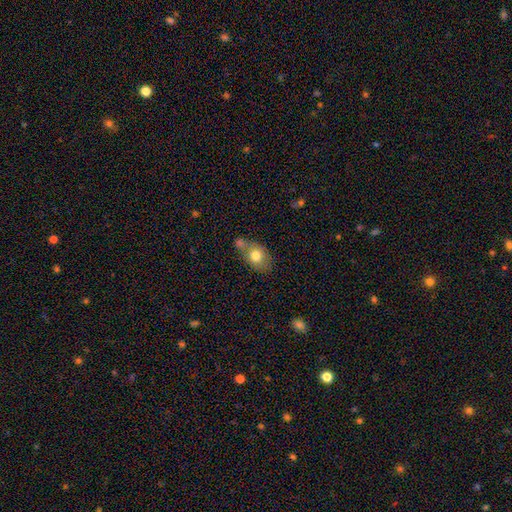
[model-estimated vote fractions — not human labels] Smooth or featured? Predicted: smooth (p=0.75). How rounded? Predicted: in between (p=0.69). Merging? Predicted: none (p=0.45).